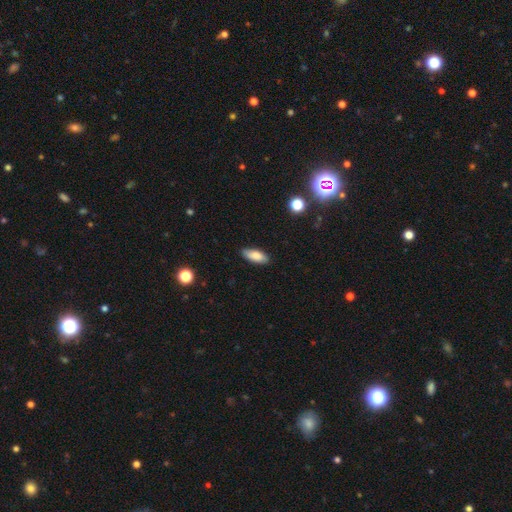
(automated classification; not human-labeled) A smooth galaxy with no disk features (85%) that is in between round and cigar-shaped (78%).

Vote fractions:
- Smooth or featured? smooth: 85% / featured or disk: 9% / star or artifact: 7%
- How rounded? in between: 78% / cigar-shaped: 19% / round: 2%
- Merging? none: 86% / minor disturbance: 11% / major disturbance: 2% / merger: 1%